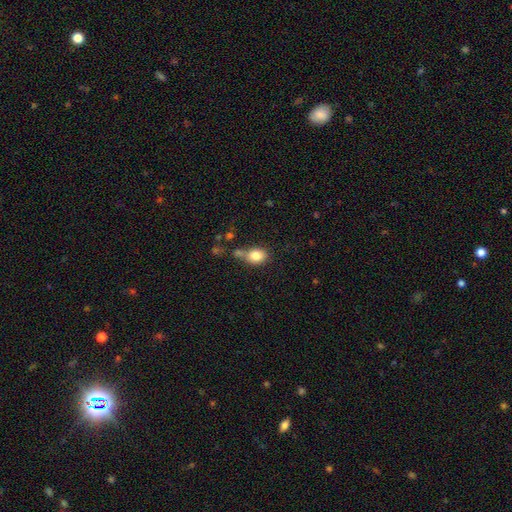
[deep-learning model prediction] A smooth galaxy with no disk features (81%) that is in between round and cigar-shaped (64%).

Vote fractions:
- Smooth or featured? smooth: 81% / featured or disk: 10% / star or artifact: 9%
- How rounded? in between: 64% / round: 35% / cigar-shaped: 2%
- Merging? none: 51% / merger: 22% / minor disturbance: 20% / major disturbance: 8%